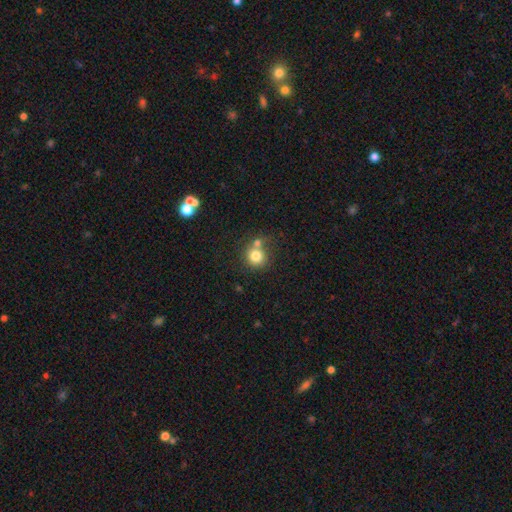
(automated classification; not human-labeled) smooth_or_featured: smooth (p=0.79) [alt: star or artifact p=0.11]
how_rounded: round (p=0.88) [alt: in between p=0.11]
merging: none (p=0.56) [alt: merger p=0.29]